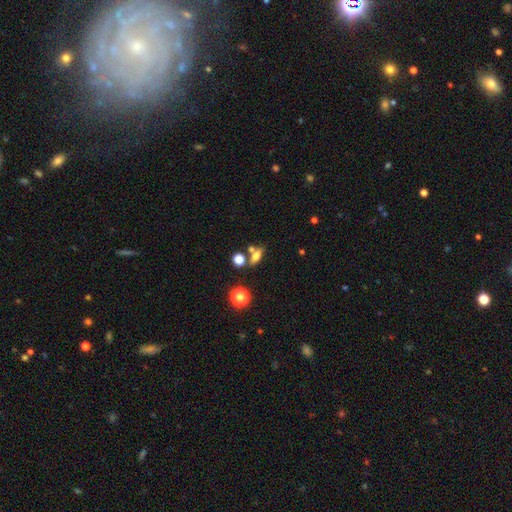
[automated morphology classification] Smooth or featured? Predicted: smooth (p=0.62). How rounded? Predicted: in between (p=0.61). Merging? Predicted: none (p=0.60).